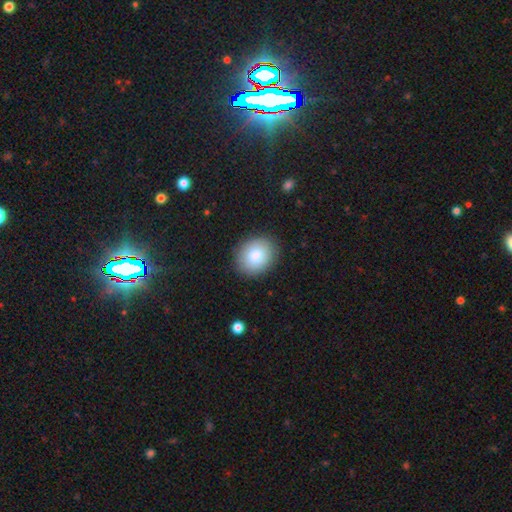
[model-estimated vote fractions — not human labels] Smooth or featured? smooth (82%)
How rounded? round (58%)
Merging? none (89%)